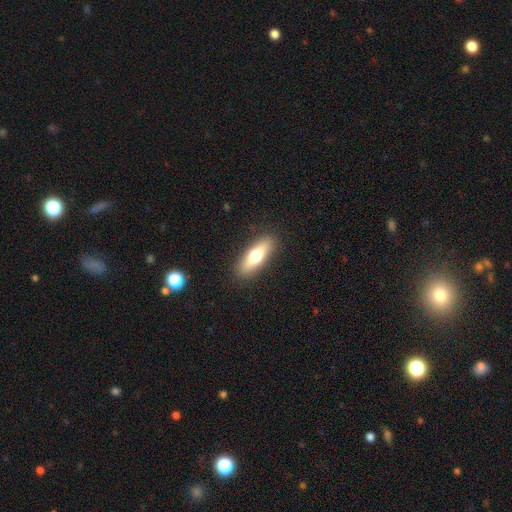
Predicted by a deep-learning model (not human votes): This is likely a smooth galaxy (63%). How rounded: possibly cigar-shaped (50%). Merging: clearly none (89%).